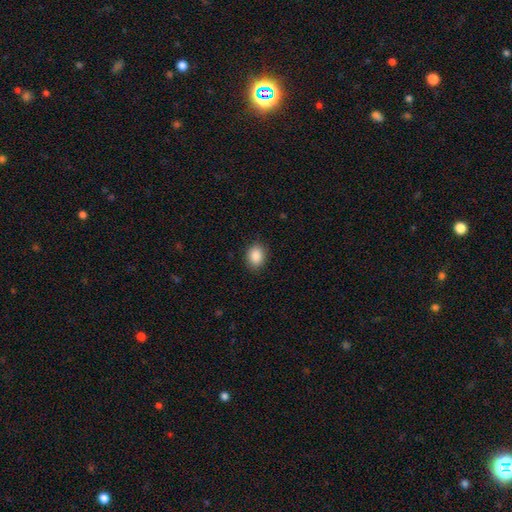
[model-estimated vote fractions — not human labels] Smooth or featured? Predicted: smooth (p=0.88). How rounded? Predicted: in between (p=0.58). Merging? Predicted: none (p=0.87).